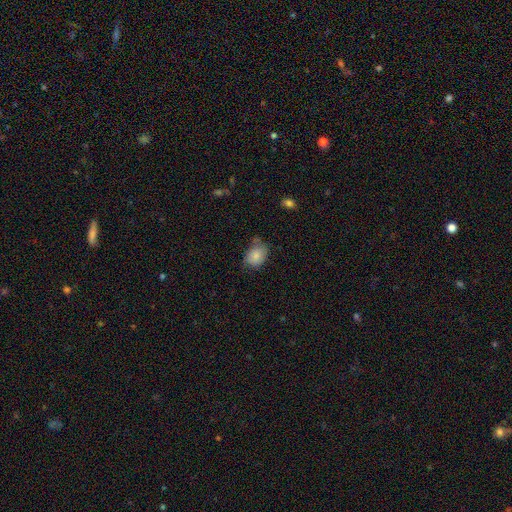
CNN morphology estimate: Smooth or featured? Predicted: smooth (p=0.83). How rounded? Predicted: in between (p=0.63). Merging? Predicted: none (p=0.54).